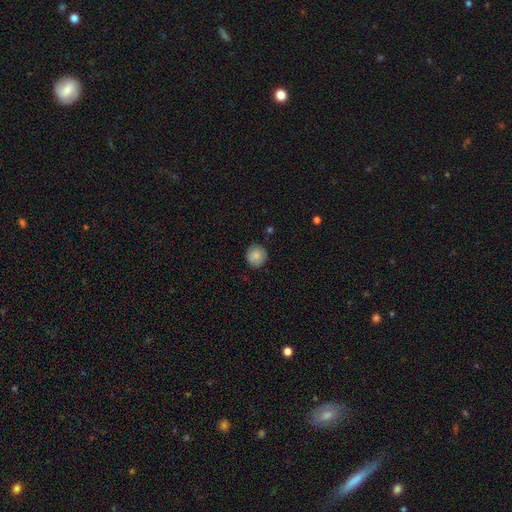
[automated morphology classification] Overall: smooth (84%). How rounded: round (90%). Merging: none (83%).